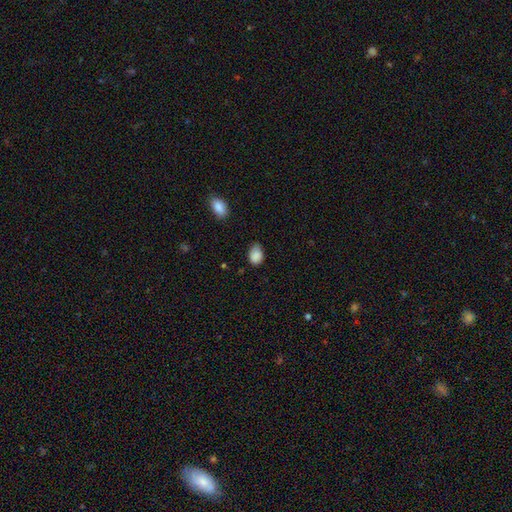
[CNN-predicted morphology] smooth_or_featured: smooth (p=0.88) [alt: star or artifact p=0.08]
how_rounded: in between (p=0.78) [alt: round p=0.21]
merging: none (p=0.60) [alt: minor disturbance p=0.33]